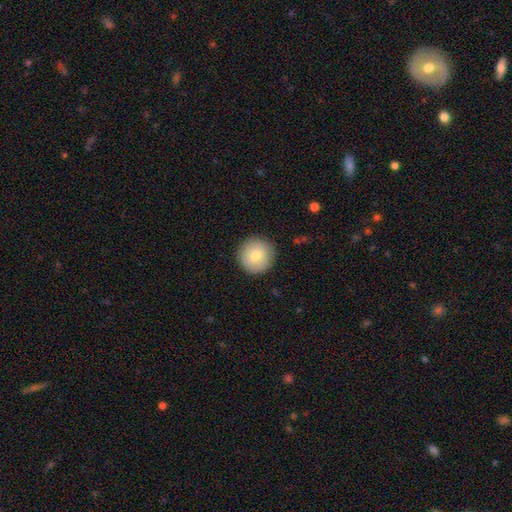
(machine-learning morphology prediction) smooth-or-featured: smooth: 80% | featured or disk: 13% | star or artifact: 7%
  how-rounded: round: 95% | in between: 4% | cigar-shaped: 1%
  merging: none: 89% | minor disturbance: 8% | major disturbance: 2% | merger: 1%